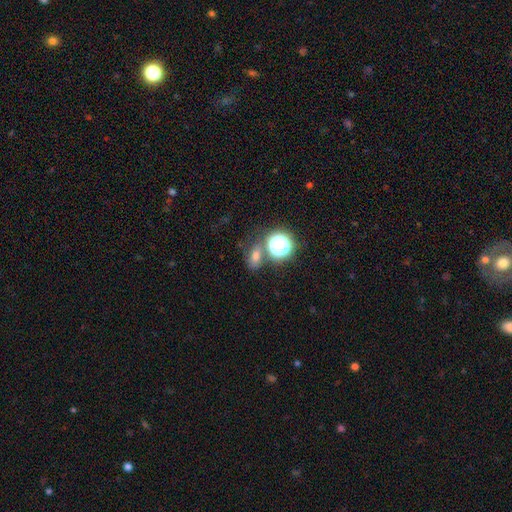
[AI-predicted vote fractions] smooth 60%, star or artifact 28%, featured or disk 11%. Down the decision tree: how rounded — in between (60%); merging — none (66%).